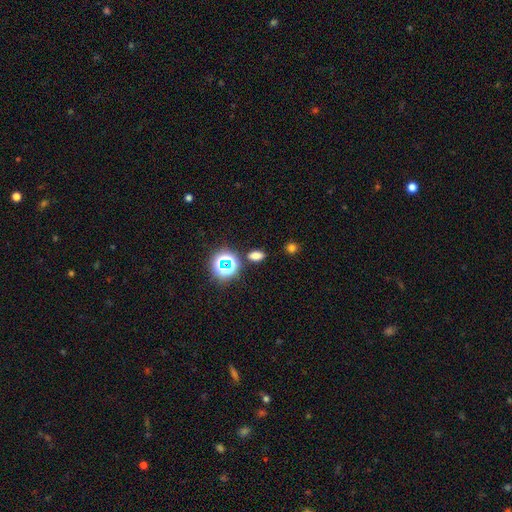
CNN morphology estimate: The model was most divided on "smooth or featured": smooth: 70%, star or artifact: 24%, featured or disk: 6%. More confident: merging — none (84%); how rounded — in between (82%).